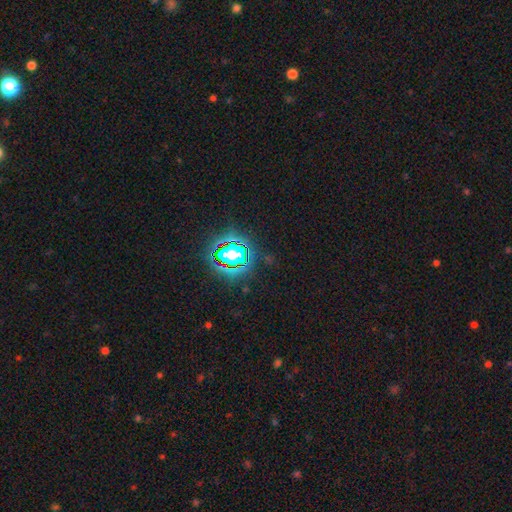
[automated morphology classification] Q: Smooth or featured?
A: star or artifact (84%); runner-up: smooth (10%)